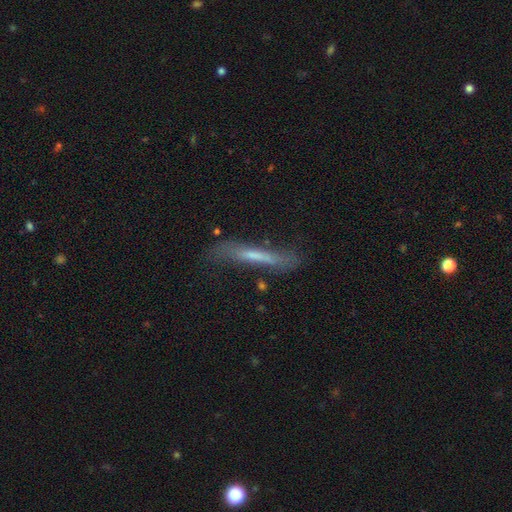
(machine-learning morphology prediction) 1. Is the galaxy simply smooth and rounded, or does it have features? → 48% smooth, 44% featured or disk, 8% star or artifact.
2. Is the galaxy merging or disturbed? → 62% none, 24% minor disturbance, 11% major disturbance, 3% merger.